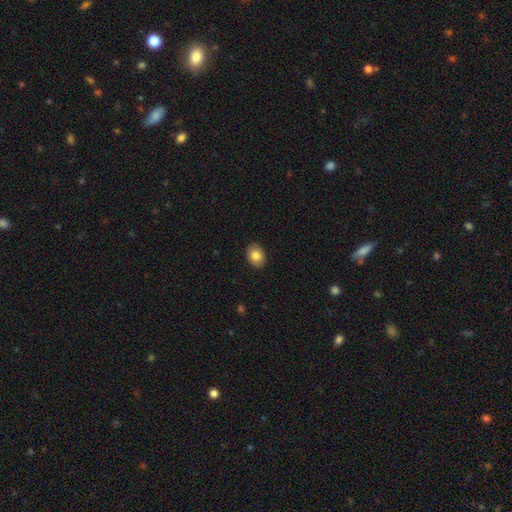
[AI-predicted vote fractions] Overall: smooth (83%). How rounded: in between (63%; round 36%). Merging: none (90%).